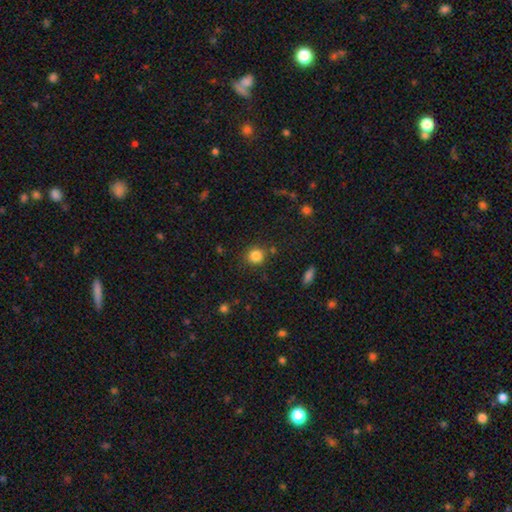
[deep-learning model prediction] smooth 84%, star or artifact 11%, featured or disk 5%. Down the decision tree: how rounded — round (89%); merging — none (83%).